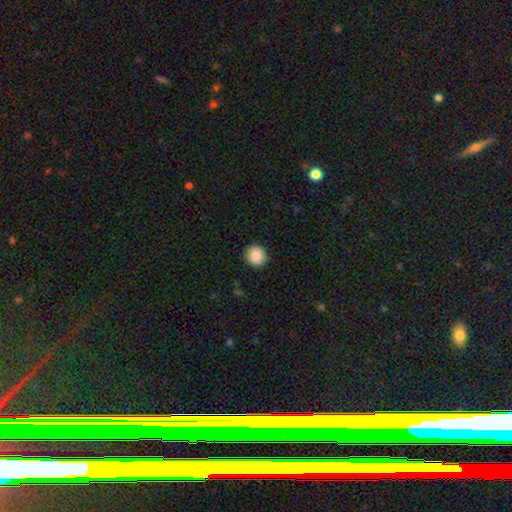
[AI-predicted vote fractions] Smooth or featured? smooth (86%)
How rounded? round (92%)
Merging? none (92%)